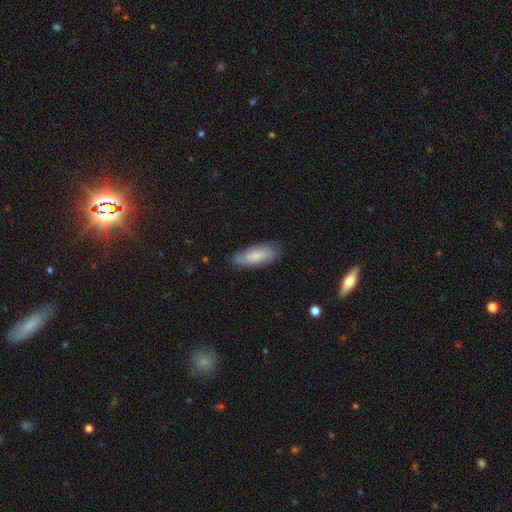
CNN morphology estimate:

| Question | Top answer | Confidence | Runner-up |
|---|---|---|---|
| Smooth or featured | smooth | 58% | featured or disk (35%) |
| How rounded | in between | 79% | cigar-shaped (19%) |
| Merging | none | 74% | minor disturbance (20%) |